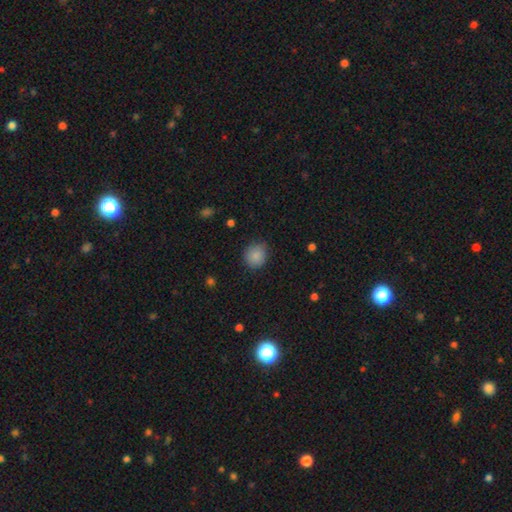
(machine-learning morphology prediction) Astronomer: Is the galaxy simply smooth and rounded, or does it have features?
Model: smooth — 86%.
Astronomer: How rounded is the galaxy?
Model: round — 80%.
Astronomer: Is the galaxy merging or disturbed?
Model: none — 79%.